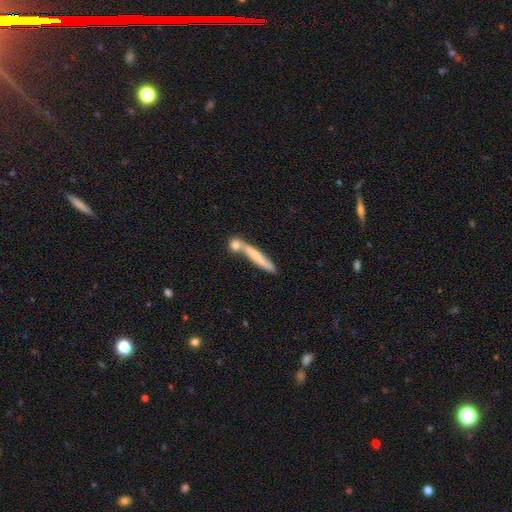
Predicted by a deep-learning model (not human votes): A smooth galaxy with no disk features (59%) that is cigar-shaped (92%).

Vote fractions:
- Smooth or featured? smooth: 59% / featured or disk: 34% / star or artifact: 7%
- How rounded? cigar-shaped: 92% / in between: 6% / round: 2%
- Merging? none: 58% / merger: 24% / minor disturbance: 13% / major disturbance: 5%